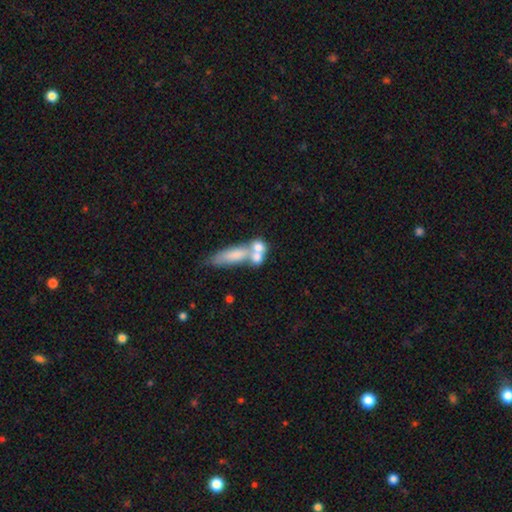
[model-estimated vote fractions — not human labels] smooth-or-featured: smooth: 63% | featured or disk: 28% | star or artifact: 9%
  how-rounded: in between: 51% | cigar-shaped: 31% | round: 18%
  merging: merger: 60% | none: 24% | minor disturbance: 9% | major disturbance: 8%